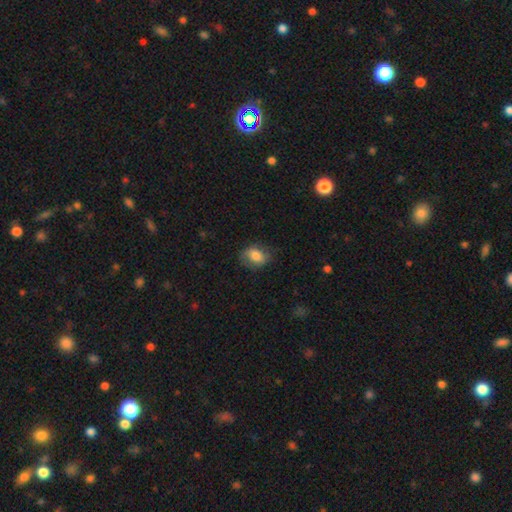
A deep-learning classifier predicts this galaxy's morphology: A smooth galaxy with no disk features (75%) that is in between round and cigar-shaped (67%).

Vote fractions:
- Smooth or featured? smooth: 75% / featured or disk: 18% / star or artifact: 8%
- How rounded? in between: 67% / round: 31% / cigar-shaped: 1%
- Merging? none: 68% / minor disturbance: 23% / major disturbance: 9% / merger: 1%